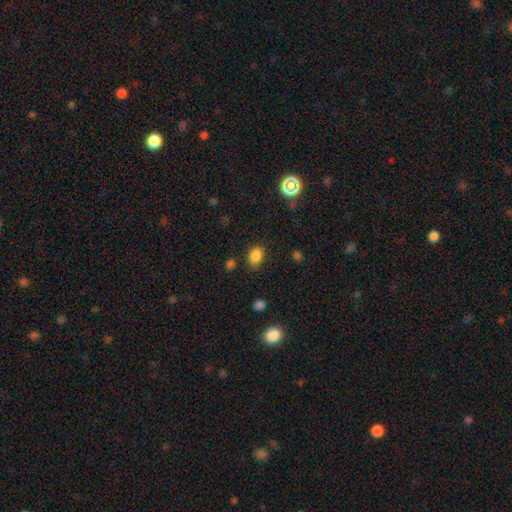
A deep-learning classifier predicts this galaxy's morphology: The model was most divided on "how rounded": in between: 77%, round: 21%, cigar-shaped: 1%. More confident: smooth or featured — smooth (83%); merging — none (79%).